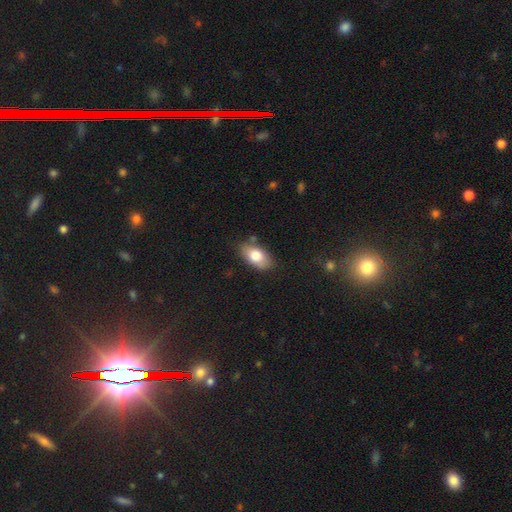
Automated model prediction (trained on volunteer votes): A smooth galaxy with no disk features (76%) that is in between round and cigar-shaped (91%). Merging: none (76%).